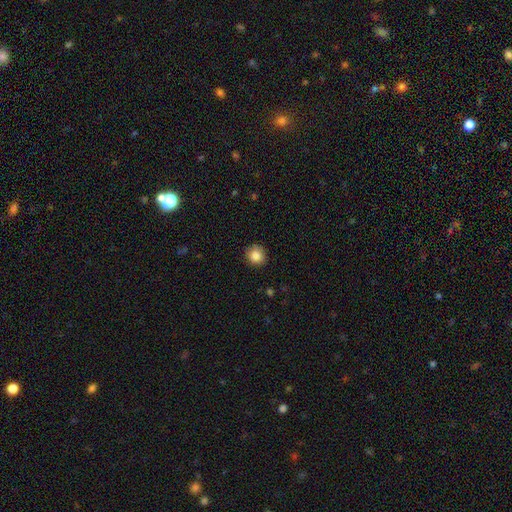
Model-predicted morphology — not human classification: Overall: smooth (85%). How rounded: round (84%). Merging: none (87%).